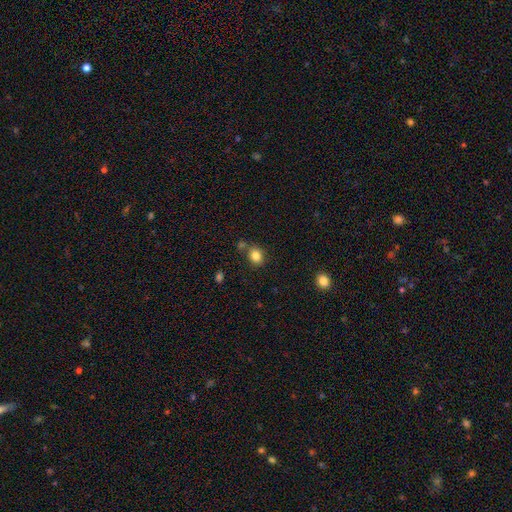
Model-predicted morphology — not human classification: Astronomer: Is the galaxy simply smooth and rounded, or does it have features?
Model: smooth — 83%.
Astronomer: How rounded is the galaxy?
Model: round — 65%.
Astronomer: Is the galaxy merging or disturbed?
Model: none — 70%.